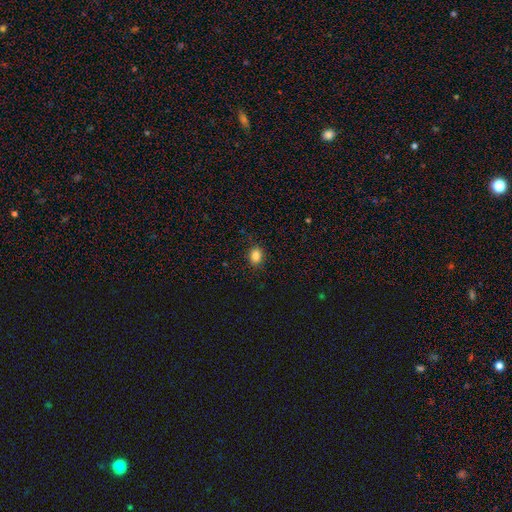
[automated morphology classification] A smooth galaxy with no disk features (85%) that is in between round and cigar-shaped (63%).

Vote fractions:
- Smooth or featured? smooth: 85% / star or artifact: 11% / featured or disk: 4%
- How rounded? in between: 63% / round: 36% / cigar-shaped: 1%
- Merging? none: 87% / minor disturbance: 10% / major disturbance: 2% / merger: 1%